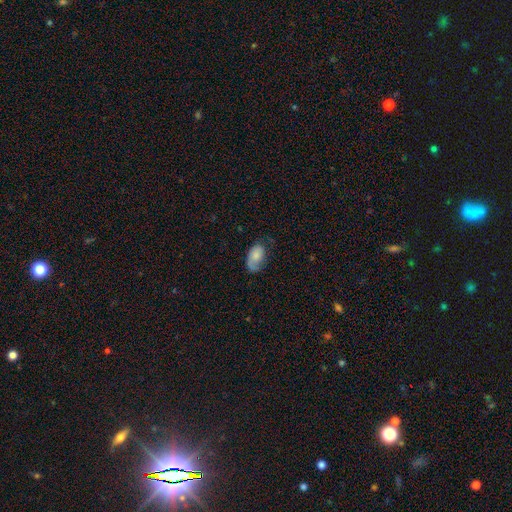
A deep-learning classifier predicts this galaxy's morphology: A smooth galaxy with no disk features (72%) that is in between round and cigar-shaped (93%).

Vote fractions:
- Smooth or featured? smooth: 72% / featured or disk: 21% / star or artifact: 7%
- How rounded? in between: 93% / round: 5% / cigar-shaped: 2%
- Merging? none: 49% / minor disturbance: 32% / major disturbance: 18% / merger: 2%